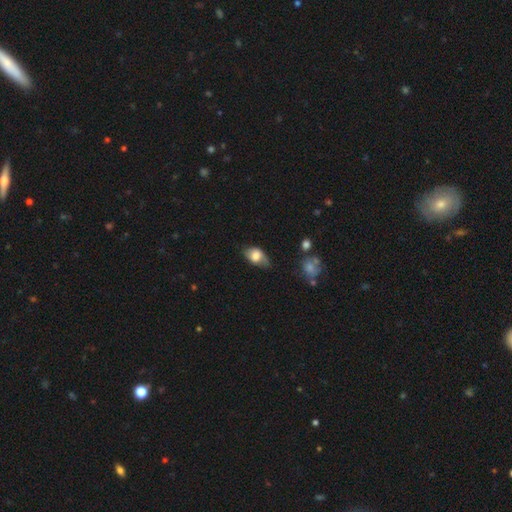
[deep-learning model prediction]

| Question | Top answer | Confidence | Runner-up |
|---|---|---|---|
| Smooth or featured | smooth | 68% | featured or disk (25%) |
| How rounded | in between | 82% | round (15%) |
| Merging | none | 46% | minor disturbance (38%) |